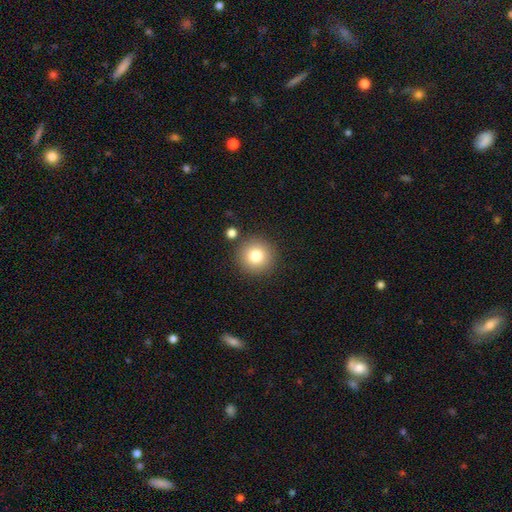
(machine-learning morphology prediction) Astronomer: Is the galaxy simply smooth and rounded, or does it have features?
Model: smooth — 80%.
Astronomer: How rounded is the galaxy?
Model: round — 95%.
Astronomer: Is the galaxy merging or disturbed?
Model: none — 86%.